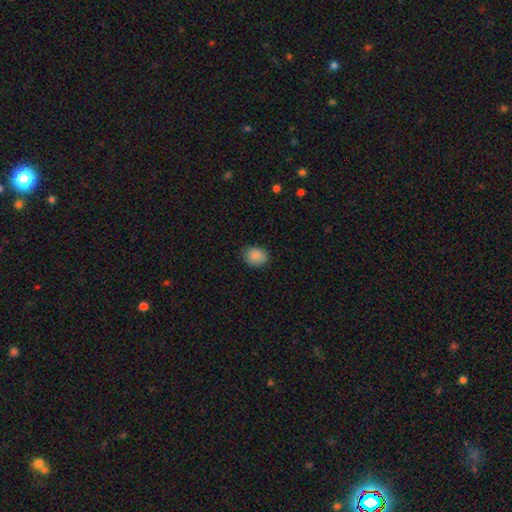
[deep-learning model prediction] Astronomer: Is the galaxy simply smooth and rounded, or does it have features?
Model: smooth — 88%.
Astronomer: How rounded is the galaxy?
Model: in between — 55% (runner-up: round, 44%).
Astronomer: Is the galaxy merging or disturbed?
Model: none — 83%.